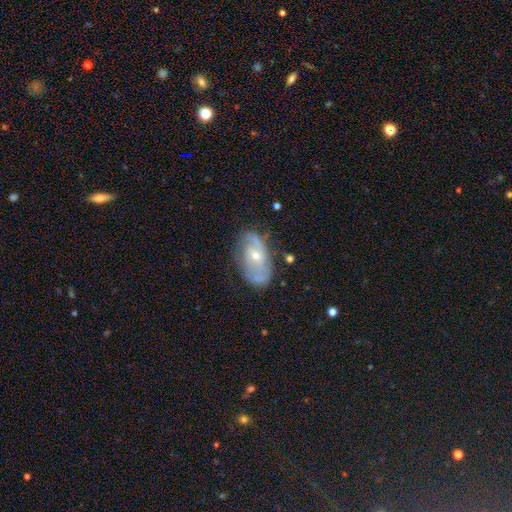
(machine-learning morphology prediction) smooth_or_featured: featured or disk (p=0.71) [alt: smooth p=0.21]
disk_edge_on: no (p=0.93) [alt: yes p=0.07]
bar: no (p=0.65) [alt: weak p=0.28]
has_spiral_arms: yes (p=0.76) [alt: no p=0.24]
spiral_winding: tight (p=0.42) [alt: medium p=0.37]
spiral_arm_count: 2 (p=0.47) [alt: can't tell p=0.35]
bulge_size: small (p=0.54) [alt: moderate p=0.42]
merging: none (p=0.63) [alt: minor disturbance p=0.25]